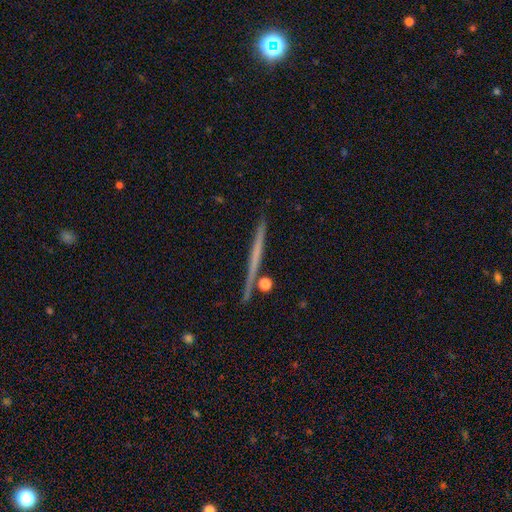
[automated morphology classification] Q: Smooth or featured?
A: featured or disk (57%); runner-up: smooth (36%)
Q: Edge-on disk?
A: yes (97%); runner-up: no (3%)
Q: Edge-on bulge?
A: none (90%); runner-up: rounded (7%)
Q: Merging?
A: none (90%); runner-up: minor disturbance (6%)